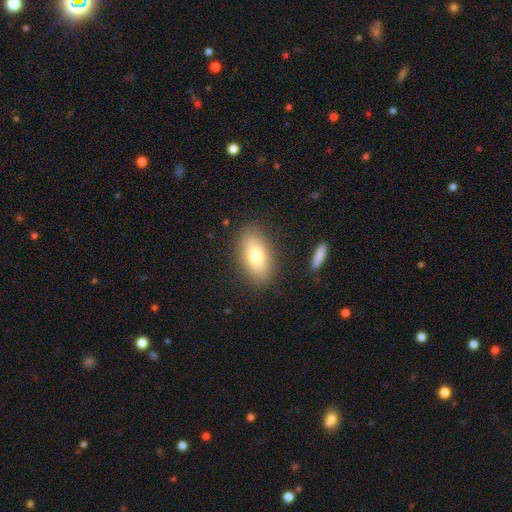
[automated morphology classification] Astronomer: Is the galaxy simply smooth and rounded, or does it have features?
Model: smooth — 74%.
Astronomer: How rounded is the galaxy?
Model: in between — 85%.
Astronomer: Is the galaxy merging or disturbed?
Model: none — 85%.